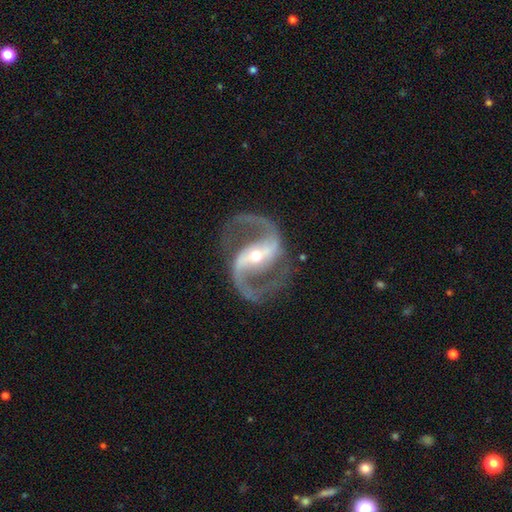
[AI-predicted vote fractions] Smooth or featured: featured or disk — 94% (star or artifact — 4%)
Edge-on disk: no — 98% (yes — 2%)
Bar: strong — 58% (weak — 29%)
Spiral arms: yes — 98% (no — 2%)
Spiral winding: medium — 61% (loose — 30%)
Spiral arm count: 2 — 95% (can't tell — 1%)
Bulge size: moderate — 49% (small — 46%)
Merging: none — 83% (minor disturbance — 10%)